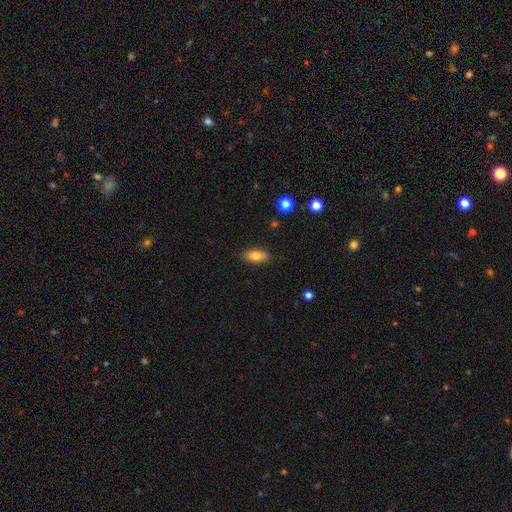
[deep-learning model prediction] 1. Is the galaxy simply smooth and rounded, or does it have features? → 79% smooth, 13% featured or disk, 8% star or artifact.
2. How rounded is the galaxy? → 83% in between, 13% cigar-shaped, 3% round.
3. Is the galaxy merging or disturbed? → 87% none, 10% minor disturbance, 2% major disturbance, 1% merger.